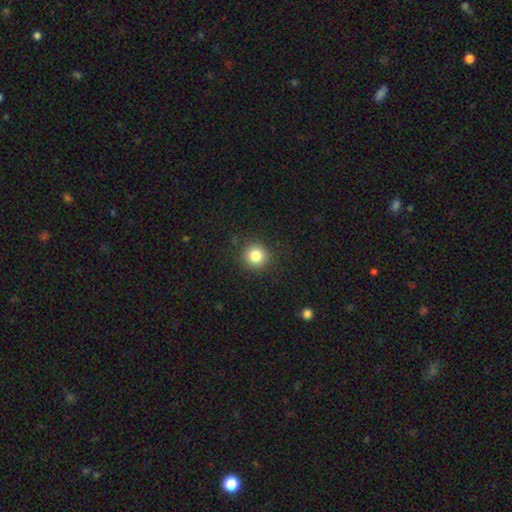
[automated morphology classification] type=smooth (83%); roundness=round (93%); merging=none (90%).